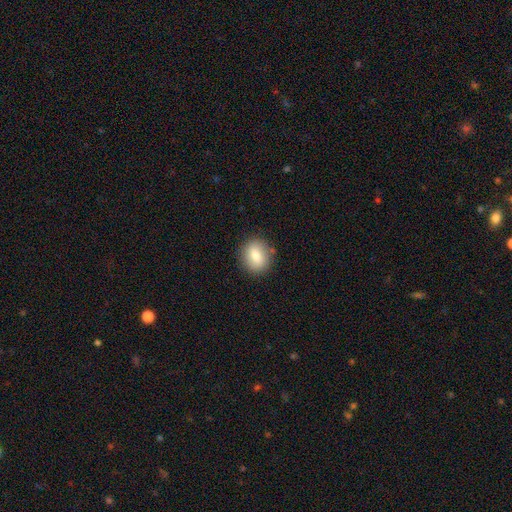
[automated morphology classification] type=smooth (76%); roundness=round (65%); merging=none (86%).